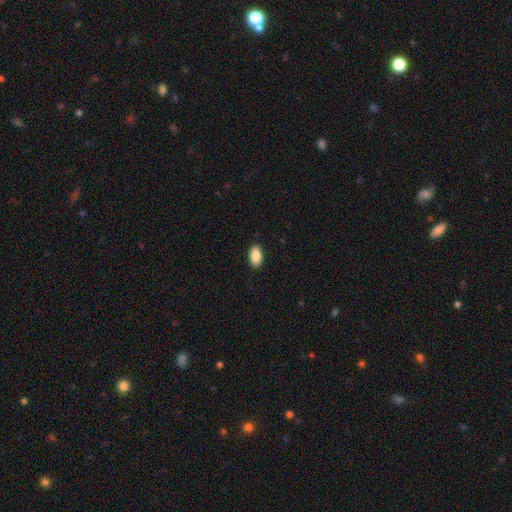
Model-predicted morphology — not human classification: A smooth galaxy with no disk features (89%) that is in between round and cigar-shaped (93%). Merging: none (89%).